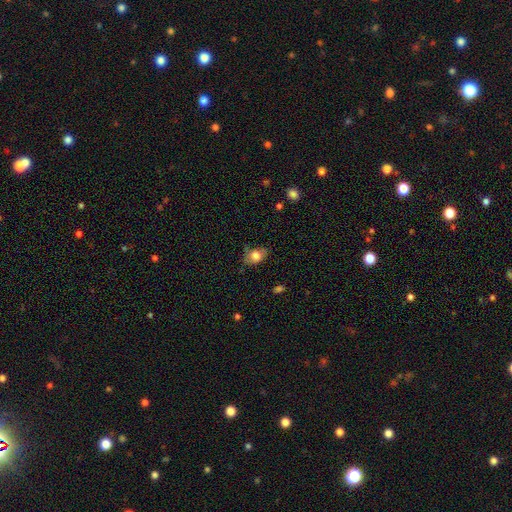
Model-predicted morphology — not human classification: Smooth or featured: smooth — 73% (featured or disk — 19%)
How rounded: in between — 81% (round — 17%)
Merging: none — 65% (minor disturbance — 26%)